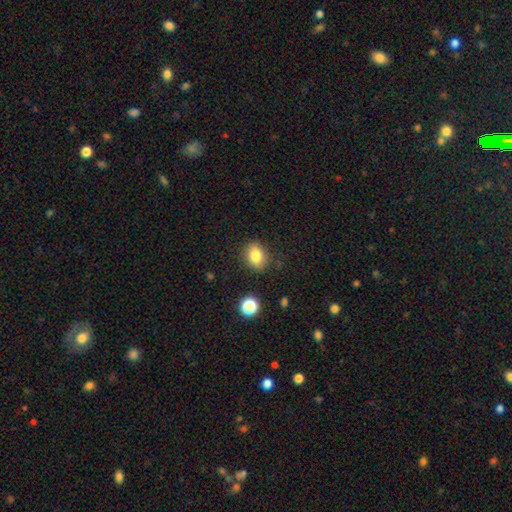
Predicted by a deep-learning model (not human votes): The model was most divided on "how rounded": in between: 63%, round: 35%, cigar-shaped: 1%. More confident: merging — none (84%); smooth or featured — smooth (82%).